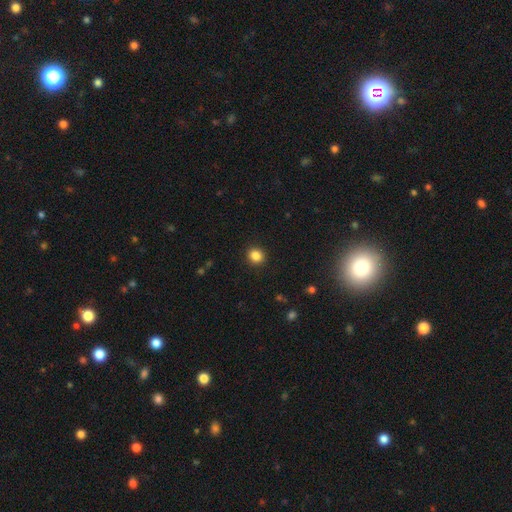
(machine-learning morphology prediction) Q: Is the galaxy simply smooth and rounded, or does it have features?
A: smooth — 85%.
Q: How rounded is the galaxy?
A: round — 82%.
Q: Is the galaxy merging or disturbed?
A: none — 91%.